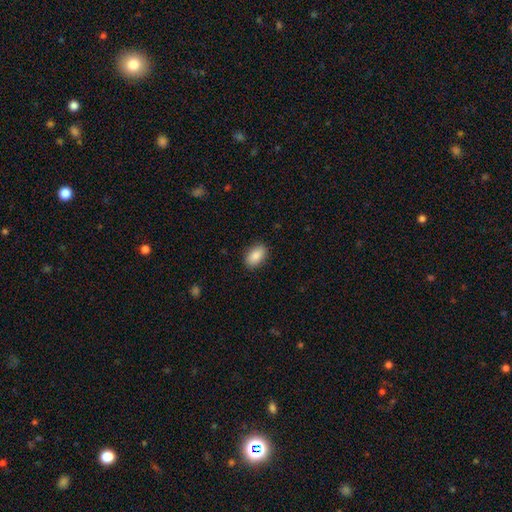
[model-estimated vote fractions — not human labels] Smooth or featured?
  - smooth: 87% *
  - star or artifact: 7%
  - featured or disk: 6%
How rounded?
  - in between: 91% *
  - round: 7%
  - cigar-shaped: 2%
Merging?
  - none: 88% *
  - minor disturbance: 9%
  - major disturbance: 2%
  - merger: 1%